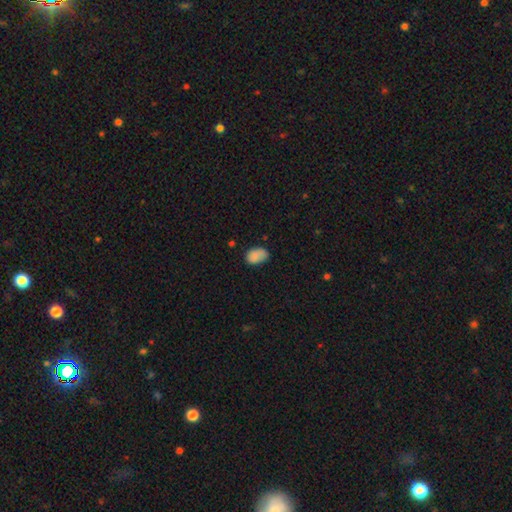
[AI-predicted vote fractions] A smooth galaxy with no disk features (86%) that is in between round and cigar-shaped (85%).

Vote fractions:
- Smooth or featured? smooth: 86% / star or artifact: 8% / featured or disk: 6%
- How rounded? in between: 85% / round: 14% / cigar-shaped: 1%
- Merging? none: 65% / minor disturbance: 28% / major disturbance: 5% / merger: 2%